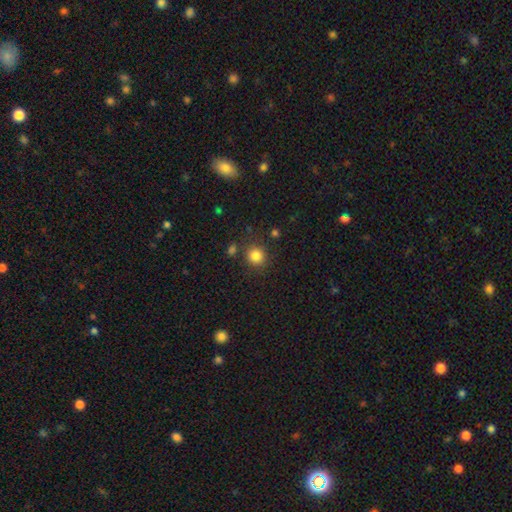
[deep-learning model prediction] A smooth galaxy with no disk features (83%) that is round (90%). Merging: none (82%).